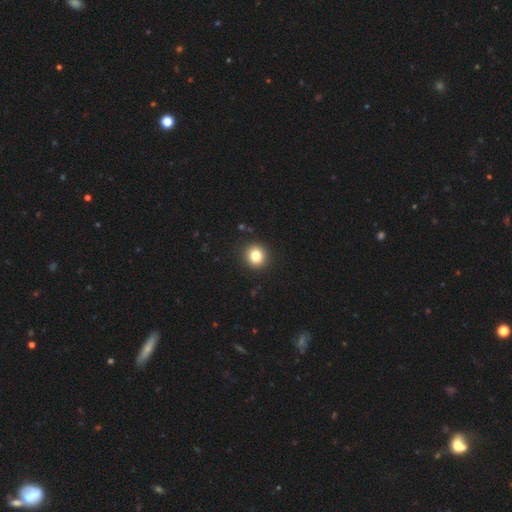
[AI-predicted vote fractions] smooth-or-featured: smooth: 81% | star or artifact: 11% | featured or disk: 8%
  how-rounded: round: 89% | in between: 10% | cigar-shaped: 1%
  merging: none: 92% | minor disturbance: 5% | major disturbance: 2% | merger: 1%